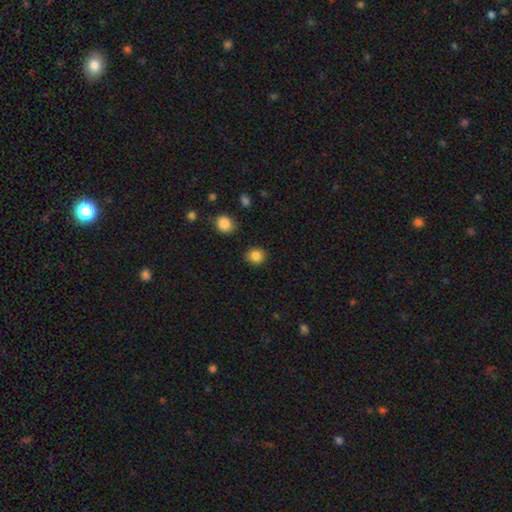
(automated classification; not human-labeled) This appears to be a smooth galaxy with no disk features (85%) that is round (78%). Merging: none (88%).